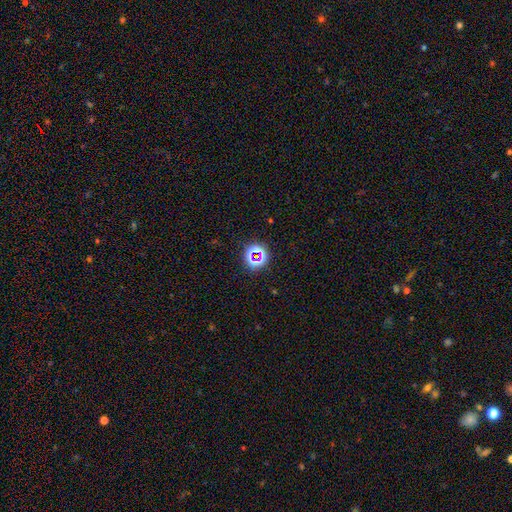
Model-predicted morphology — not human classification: smooth-or-featured: star or artifact: 67% | smooth: 23% | featured or disk: 10%